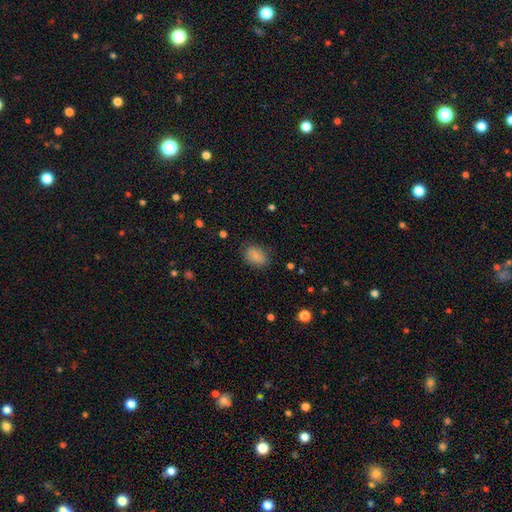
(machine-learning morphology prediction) A smooth galaxy with no disk features (85%) that is in between round and cigar-shaped (78%). Merging: none (80%).